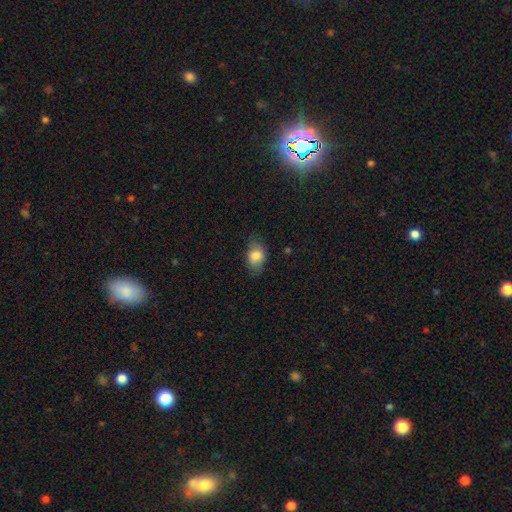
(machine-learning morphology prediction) The model was most divided on "merging": none: 74%, minor disturbance: 20%, major disturbance: 5%, merger: 1%. More confident: smooth or featured — smooth (82%); how rounded — in between (82%).